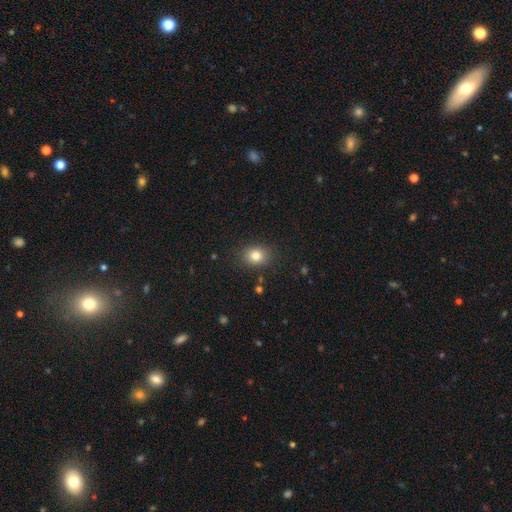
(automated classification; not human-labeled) This appears to be a smooth galaxy with no disk features (82%) that is round (59%). Merging: none (86%).